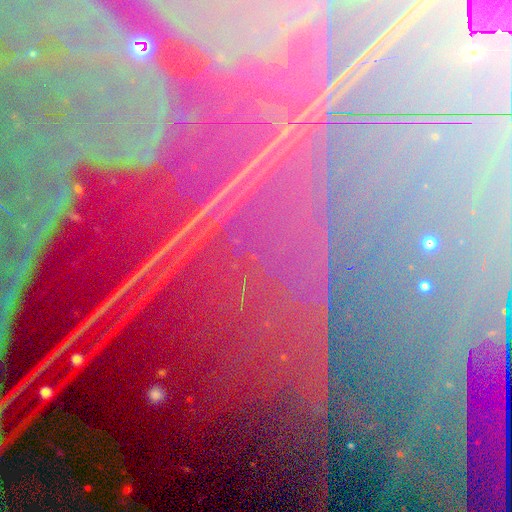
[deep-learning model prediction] star or artifact 87%, featured or disk 8%, smooth 5%.